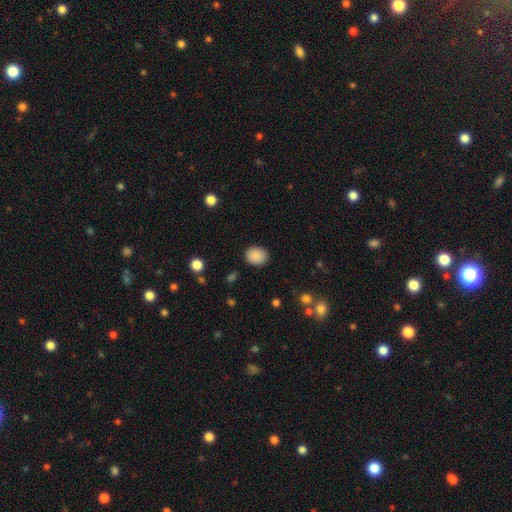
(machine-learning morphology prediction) Q: Smooth or featured?
A: smooth (88%); runner-up: star or artifact (8%)
Q: How rounded?
A: round (59%); runner-up: in between (40%)
Q: Merging?
A: none (87%); runner-up: minor disturbance (9%)